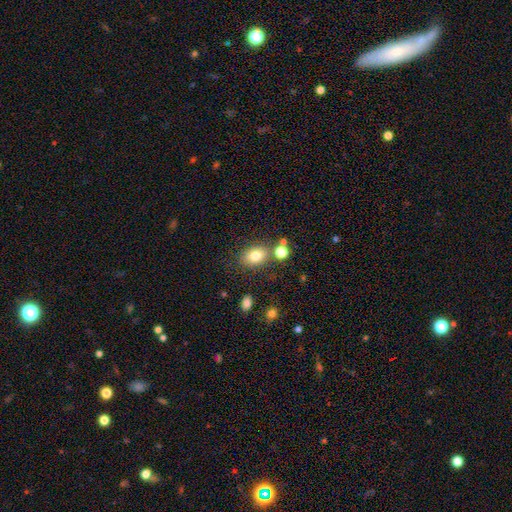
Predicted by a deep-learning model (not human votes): A smooth galaxy with no disk features (79%) that is in between round and cigar-shaped (71%).

Vote fractions:
- Smooth or featured? smooth: 79% / star or artifact: 11% / featured or disk: 10%
- How rounded? in between: 71% / round: 28% / cigar-shaped: 1%
- Merging? none: 72% / minor disturbance: 13% / merger: 11% / major disturbance: 4%